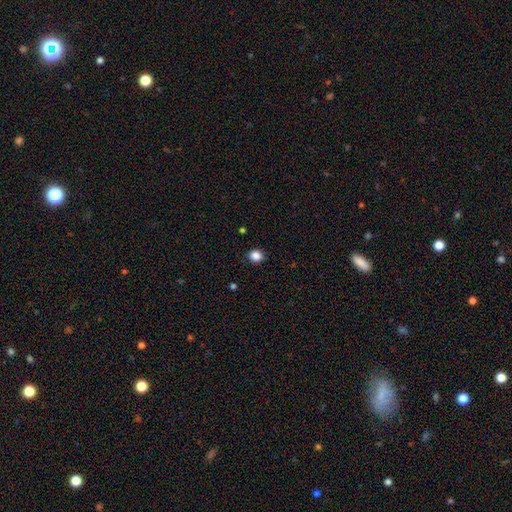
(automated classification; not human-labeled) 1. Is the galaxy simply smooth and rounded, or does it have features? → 86% smooth, 11% star or artifact, 4% featured or disk.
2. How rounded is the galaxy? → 72% round, 27% in between, 1% cigar-shaped.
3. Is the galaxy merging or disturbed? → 88% none, 9% minor disturbance, 2% major disturbance, 1% merger.